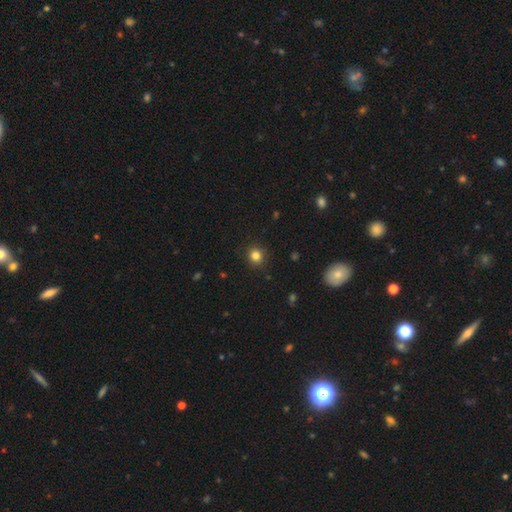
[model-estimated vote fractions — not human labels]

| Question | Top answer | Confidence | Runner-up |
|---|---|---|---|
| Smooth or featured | smooth | 83% | star or artifact (12%) |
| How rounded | round | 91% | in between (8%) |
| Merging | none | 91% | minor disturbance (6%) |